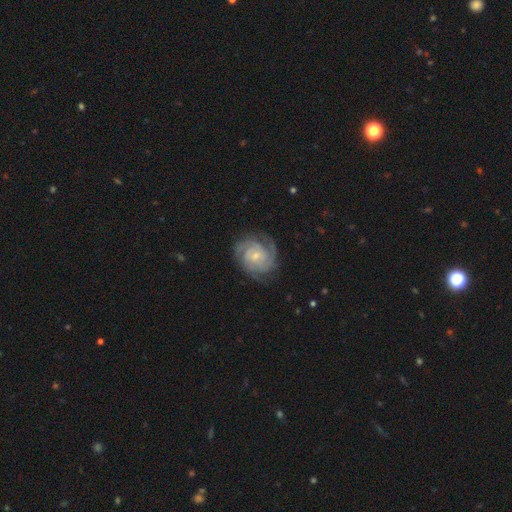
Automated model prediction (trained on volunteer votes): Morphology: type=featured or disk (88%); edge-on=no (98%); bar=no (64%); spiral arms=yes (98%); winding=tight (71%); arm count=3 (34%); bulge=small (66%); merging=none (78%).